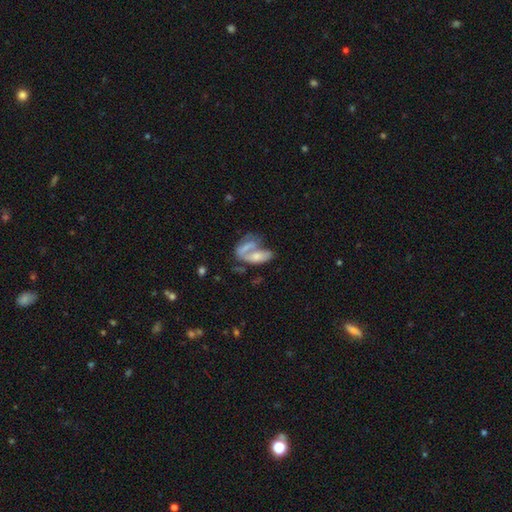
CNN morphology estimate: Smooth or featured? Predicted: smooth (p=0.56). How rounded? Predicted: in between (p=0.83). Merging? Predicted: merger (p=0.59).